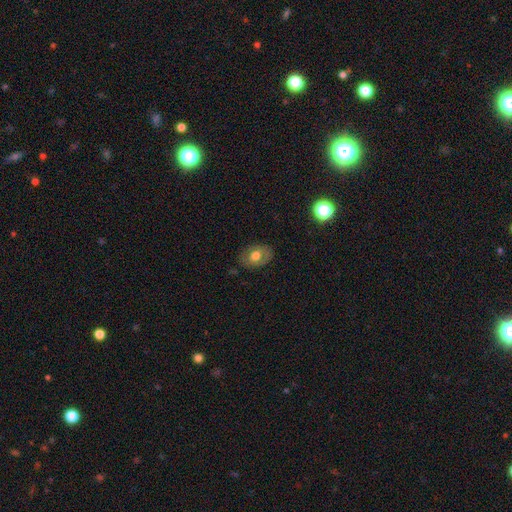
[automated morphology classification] The model was most divided on "smooth or featured": smooth: 61%, featured or disk: 31%, star or artifact: 8%. More confident: merging — none (79%); how rounded — in between (73%).